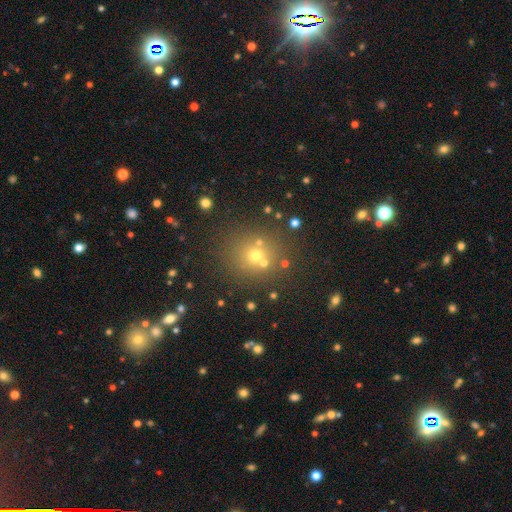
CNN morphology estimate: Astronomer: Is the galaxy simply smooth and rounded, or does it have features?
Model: smooth — 61%.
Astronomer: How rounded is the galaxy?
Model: round — 86%.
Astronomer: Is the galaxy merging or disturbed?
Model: none — 72%.